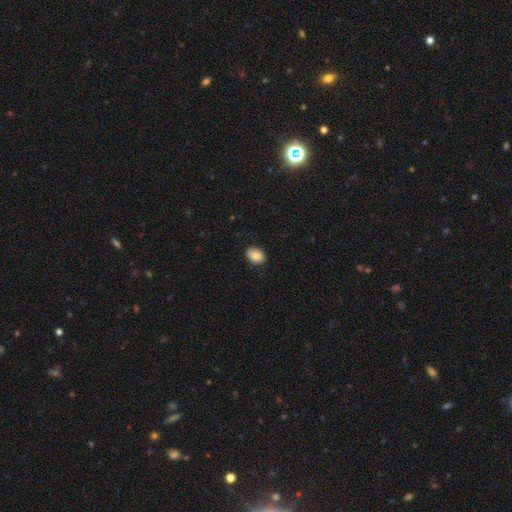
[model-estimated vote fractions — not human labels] smooth 83%, featured or disk 9%, star or artifact 8%. Down the decision tree: how rounded — in between (76%); merging — none (84%).